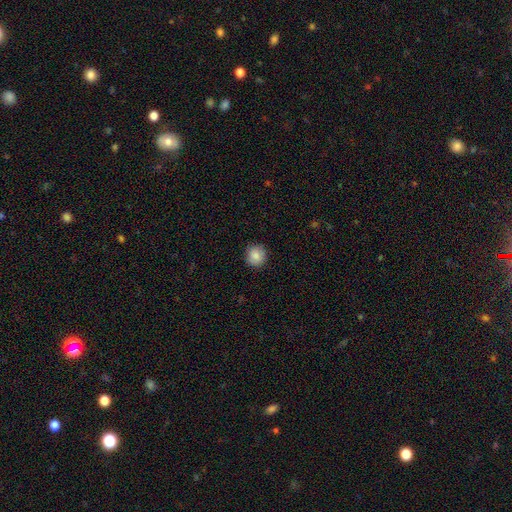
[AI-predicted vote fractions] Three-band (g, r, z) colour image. It shows a smooth galaxy with no disk features (85%) that is round (91%). Merging: none (88%).